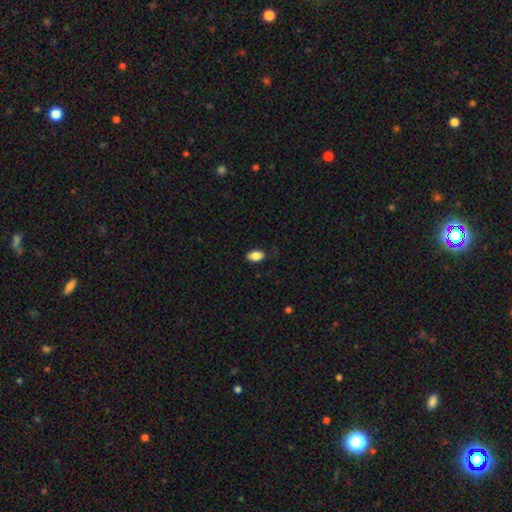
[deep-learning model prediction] A smooth galaxy with no disk features (86%) that is in between round and cigar-shaped (90%). Merging: none (81%).